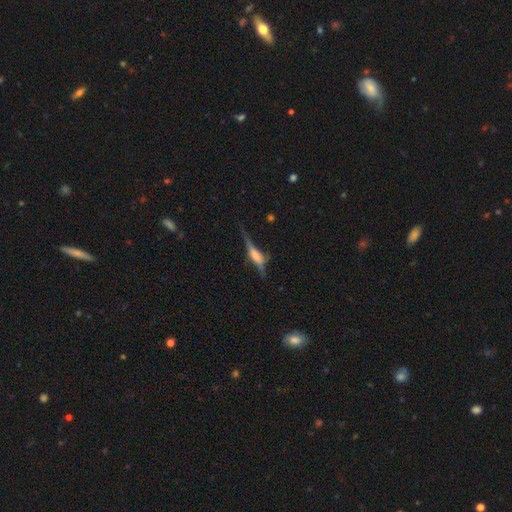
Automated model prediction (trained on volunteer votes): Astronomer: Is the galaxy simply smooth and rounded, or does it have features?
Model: featured or disk — 62%.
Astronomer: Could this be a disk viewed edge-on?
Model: yes — 92%.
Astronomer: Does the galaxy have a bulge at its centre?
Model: rounded — 53% (runner-up: boxy, 36%).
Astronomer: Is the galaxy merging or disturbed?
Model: none — 55%.